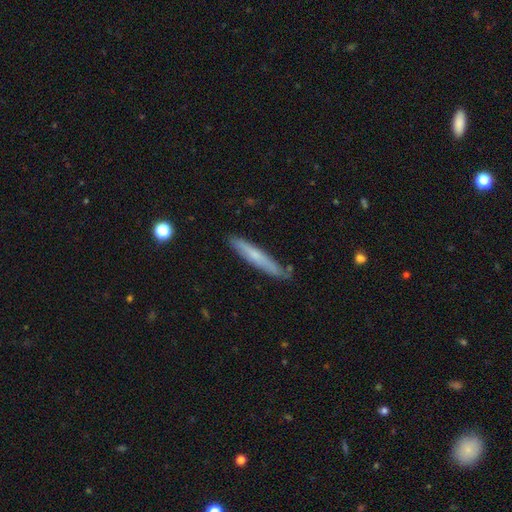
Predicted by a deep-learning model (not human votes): smooth_or_featured: smooth (p=0.54) [alt: featured or disk p=0.40]
how_rounded: cigar-shaped (p=0.94) [alt: in between p=0.05]
merging: none (p=0.82) [alt: minor disturbance p=0.14]